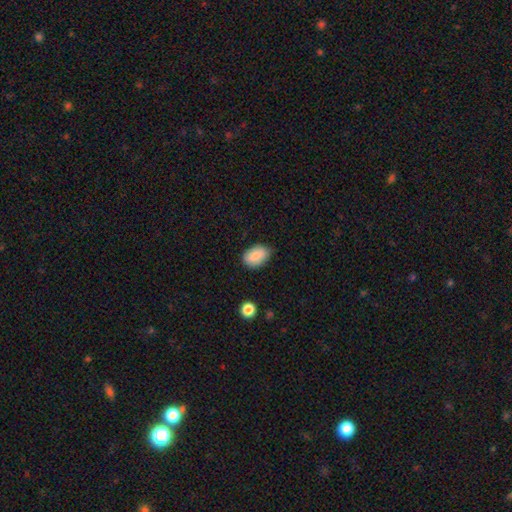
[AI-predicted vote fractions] Q: Smooth or featured?
A: smooth (87%); runner-up: star or artifact (7%)
Q: How rounded?
A: in between (90%); runner-up: round (9%)
Q: Merging?
A: none (78%); runner-up: minor disturbance (18%)